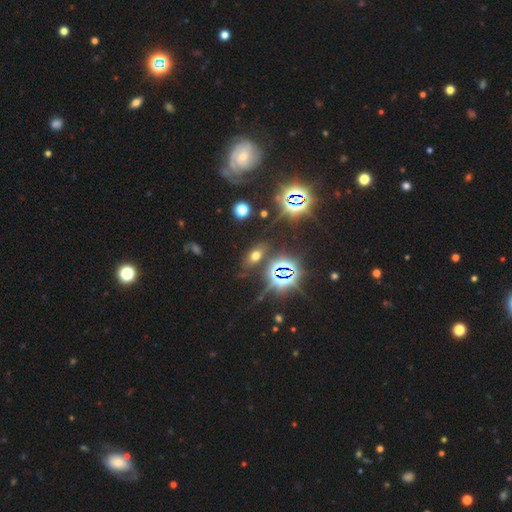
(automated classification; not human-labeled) star or artifact 45%, smooth 43%, featured or disk 12%.